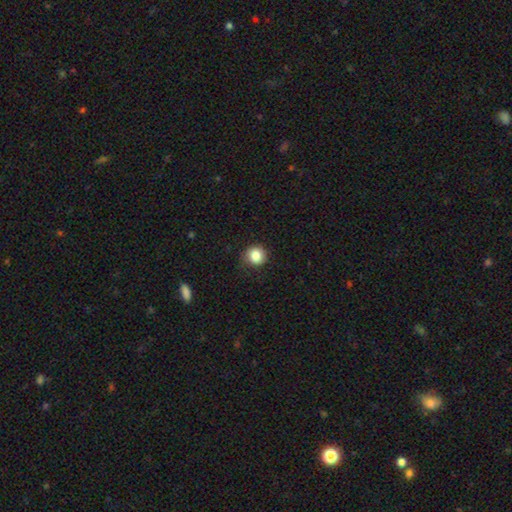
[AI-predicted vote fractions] smooth_or_featured: smooth (p=0.84) [alt: star or artifact p=0.10]
how_rounded: round (p=0.93) [alt: in between p=0.06]
merging: none (p=0.82) [alt: minor disturbance p=0.14]